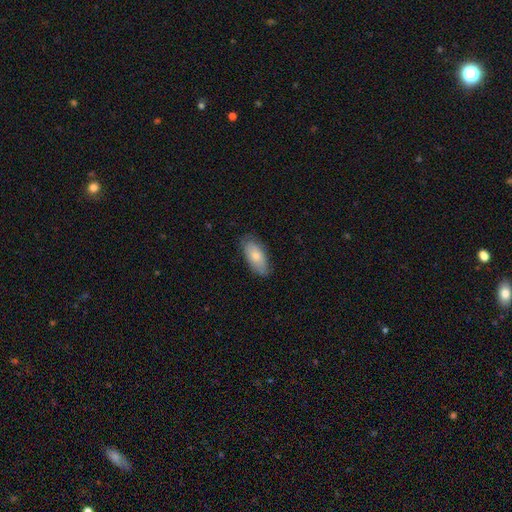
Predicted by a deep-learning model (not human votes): Smooth or featured?
  - smooth: 76% *
  - featured or disk: 18%
  - star or artifact: 6%
How rounded?
  - in between: 88% *
  - cigar-shaped: 9%
  - round: 2%
Merging?
  - none: 79% *
  - minor disturbance: 17%
  - major disturbance: 3%
  - merger: 1%